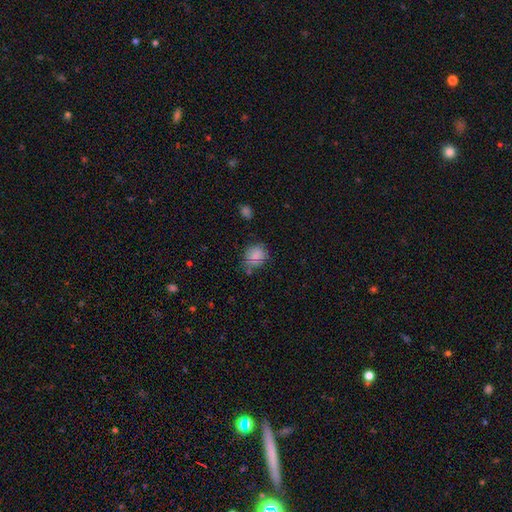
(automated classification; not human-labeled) Smooth or featured?
  - smooth: 81% *
  - star or artifact: 9%
  - featured or disk: 9%
How rounded?
  - round: 66% *
  - in between: 33%
  - cigar-shaped: 1%
Merging?
  - none: 61% *
  - minor disturbance: 26%
  - major disturbance: 7%
  - merger: 6%